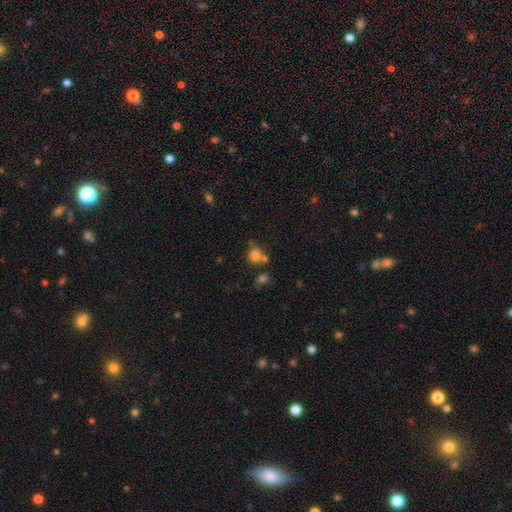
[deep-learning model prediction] Morphology: type=smooth (75%); roundness=round (72%); merging=none (49%).